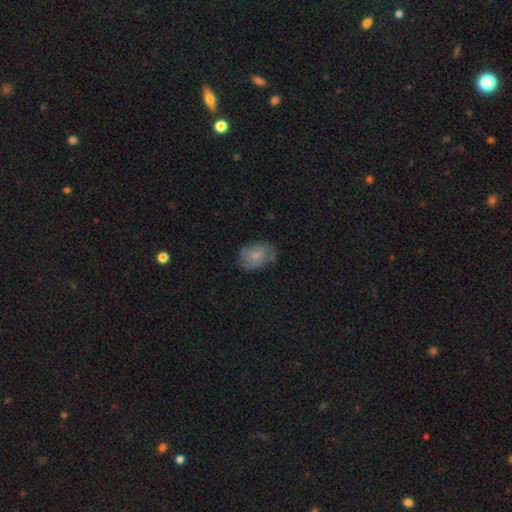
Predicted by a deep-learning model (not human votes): Q: Smooth or featured?
A: smooth (63%); runner-up: featured or disk (29%)
Q: How rounded?
A: in between (76%); runner-up: round (23%)
Q: Merging?
A: none (63%); runner-up: minor disturbance (27%)